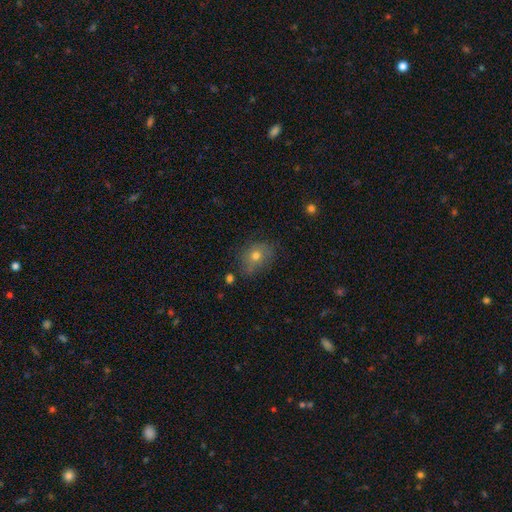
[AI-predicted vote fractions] This appears to be a smooth galaxy with no disk features (71%) that is round (53%). Merging: none (68%).